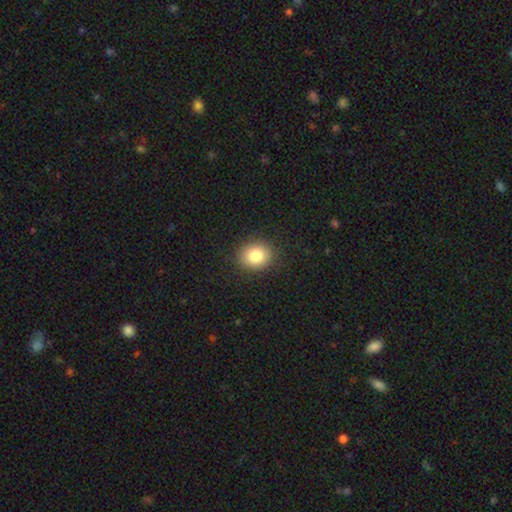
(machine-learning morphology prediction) Q: Smooth or featured?
A: smooth (84%); runner-up: star or artifact (9%)
Q: How rounded?
A: round (69%); runner-up: in between (30%)
Q: Merging?
A: none (89%); runner-up: minor disturbance (8%)